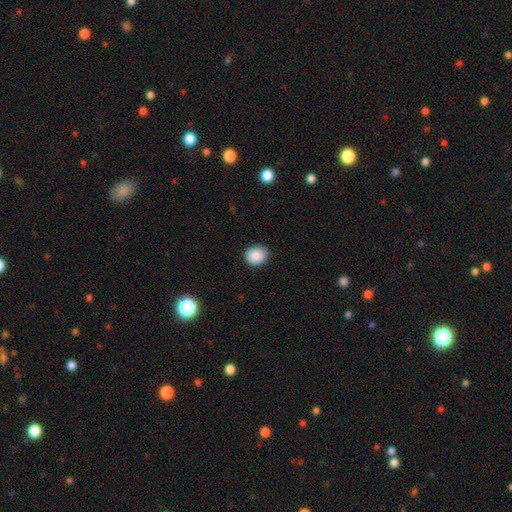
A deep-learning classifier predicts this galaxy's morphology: Overall: smooth (88%). How rounded: round (64%; in between 35%). Merging: none (87%).